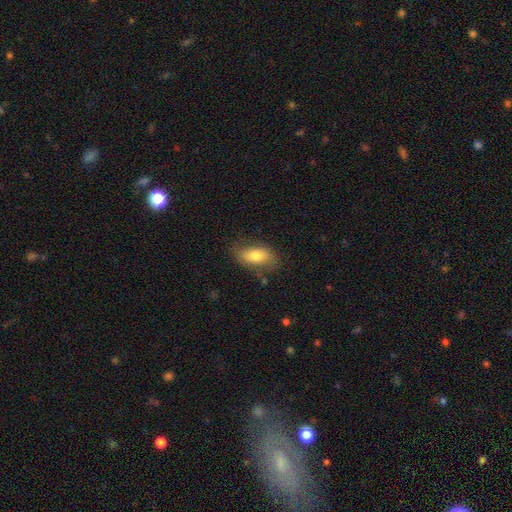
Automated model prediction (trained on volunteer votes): A smooth galaxy with no disk features (73%) that is in between round and cigar-shaped (89%).

Vote fractions:
- Smooth or featured? smooth: 73% / featured or disk: 20% / star or artifact: 7%
- How rounded? in between: 89% / round: 6% / cigar-shaped: 5%
- Merging? none: 72% / minor disturbance: 20% / major disturbance: 6% / merger: 2%